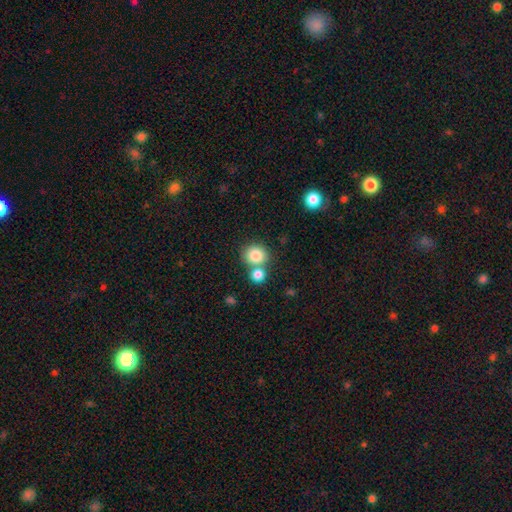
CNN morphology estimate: Smooth or featured? Predicted: smooth (p=0.83). How rounded? Predicted: round (p=0.85). Merging? Predicted: none (p=0.56).